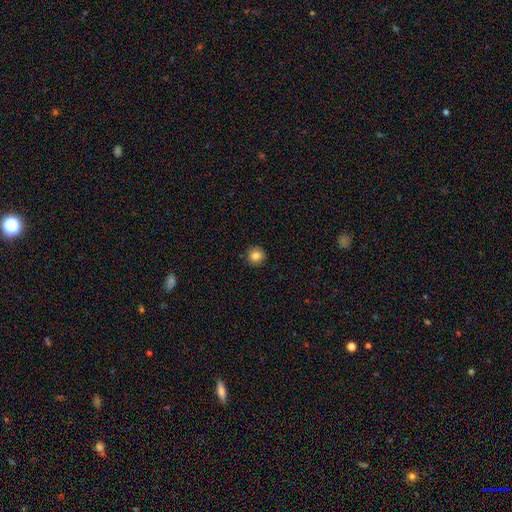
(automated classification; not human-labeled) This appears to be a smooth galaxy with no disk features (84%) that is round (94%). Merging: none (91%).